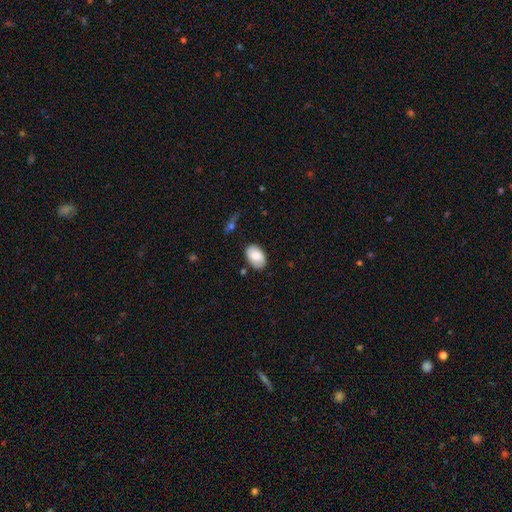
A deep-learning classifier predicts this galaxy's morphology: Smooth or featured? smooth (80%)
How rounded? in between (89%)
Merging? none (78%)